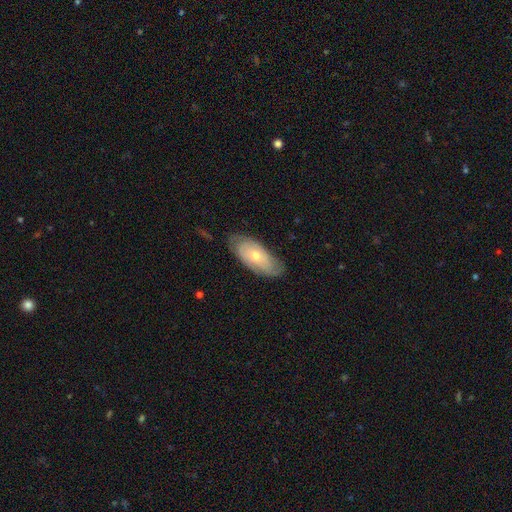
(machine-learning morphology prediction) type=featured or disk (50%); merging=none (72%).